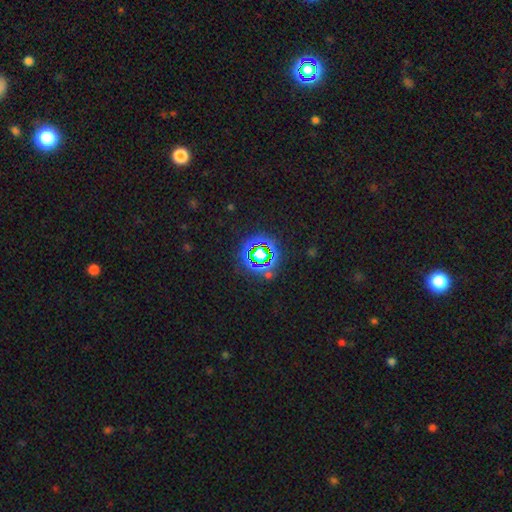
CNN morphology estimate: Smooth or featured? star or artifact (74%)